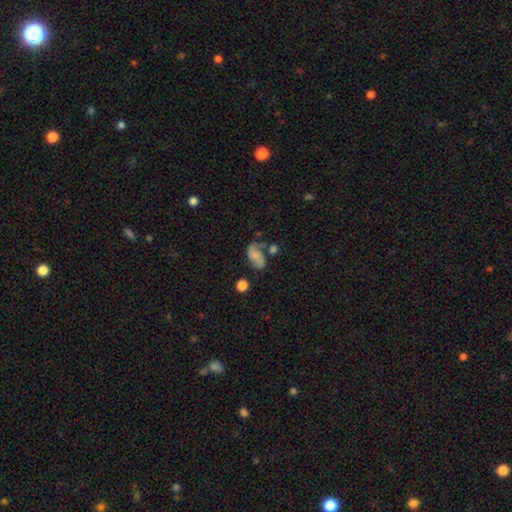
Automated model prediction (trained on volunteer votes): This is possibly a featured or disk galaxy (59%). It is clearly not viewed edge-on (97%). Bar: likely no (65%). Spiral arm pattern: clearly yes (89%). Spiral arm count: clearly 2 (85%). Spiral winding: possibly loose (51%). Central bulge: marginally none (41%). Merging: marginally none (42%).